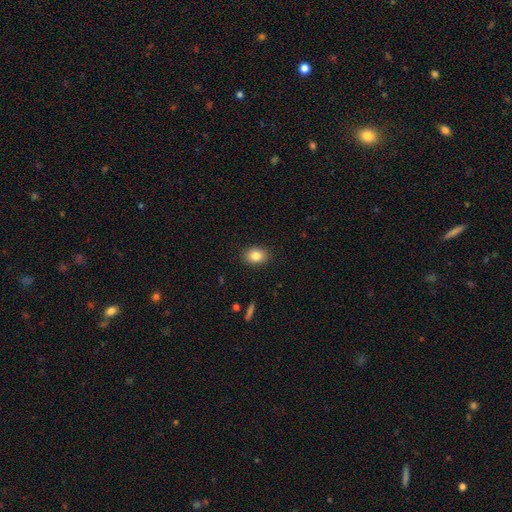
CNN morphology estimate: This is clearly a smooth galaxy (84%). How rounded: likely in between (69%). Merging: clearly none (88%).